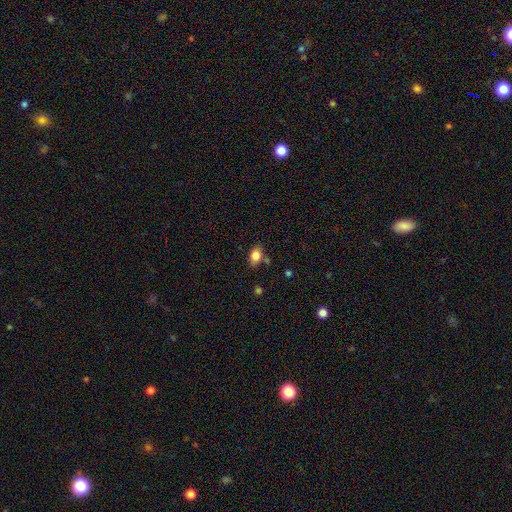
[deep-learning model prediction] Smooth or featured: smooth — 82% (star or artifact — 9%)
How rounded: in between — 80% (round — 18%)
Merging: none — 75% (minor disturbance — 15%)